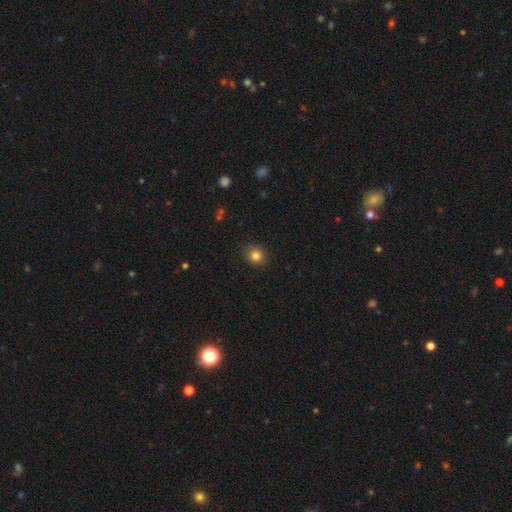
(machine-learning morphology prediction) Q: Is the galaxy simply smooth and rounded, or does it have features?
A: smooth — 83%.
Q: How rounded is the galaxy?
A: round — 80%.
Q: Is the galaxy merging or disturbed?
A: none — 89%.